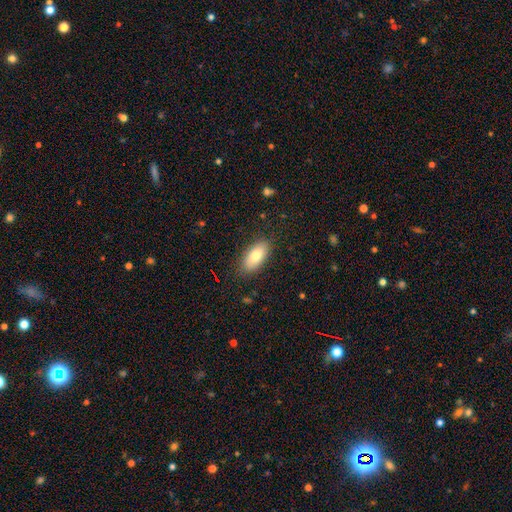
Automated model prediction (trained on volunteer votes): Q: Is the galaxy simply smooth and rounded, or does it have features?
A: smooth — 79%.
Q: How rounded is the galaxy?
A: in between — 89%.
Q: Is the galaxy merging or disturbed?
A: none — 85%.